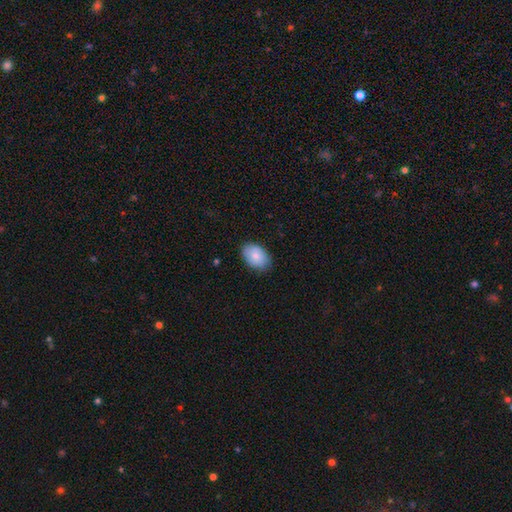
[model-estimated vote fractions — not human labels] smooth-or-featured: smooth: 80% | featured or disk: 14% | star or artifact: 6%
  how-rounded: in between: 86% | round: 13% | cigar-shaped: 1%
  merging: none: 79% | minor disturbance: 17% | major disturbance: 3% | merger: 1%